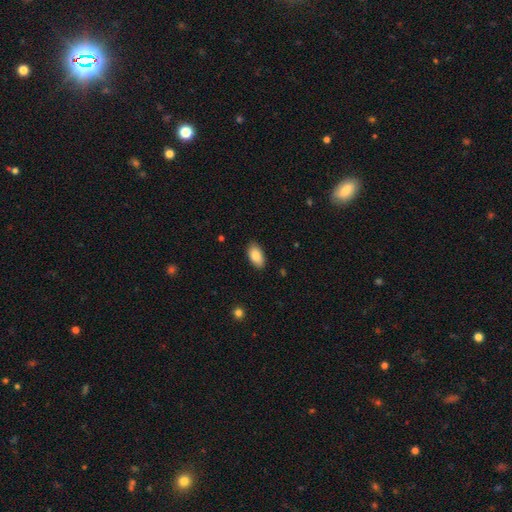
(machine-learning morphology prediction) smooth 87%, featured or disk 7%, star or artifact 7%. Down the decision tree: how rounded — in between (94%); merging — none (86%).